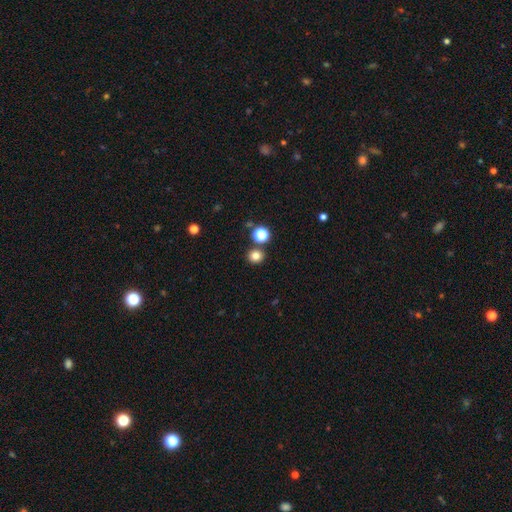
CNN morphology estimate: smooth-or-featured: smooth: 79% | star or artifact: 16% | featured or disk: 6%
  how-rounded: round: 87% | in between: 12% | cigar-shaped: 1%
  merging: none: 83% | merger: 8% | minor disturbance: 6% | major disturbance: 2%